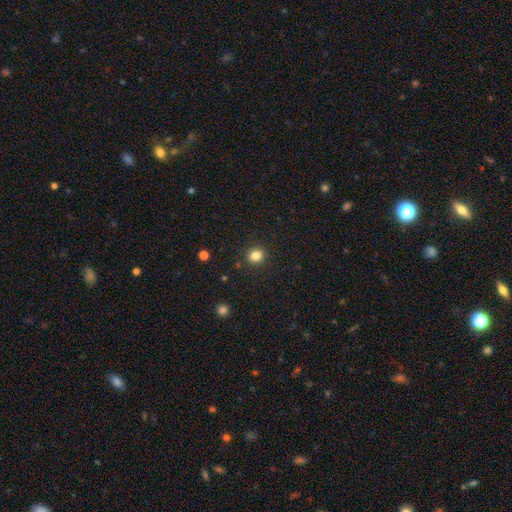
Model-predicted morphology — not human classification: smooth-or-featured: smooth: 83% | star or artifact: 12% | featured or disk: 5%
  how-rounded: round: 82% | in between: 17% | cigar-shaped: 1%
  merging: none: 90% | minor disturbance: 6% | major disturbance: 2% | merger: 1%